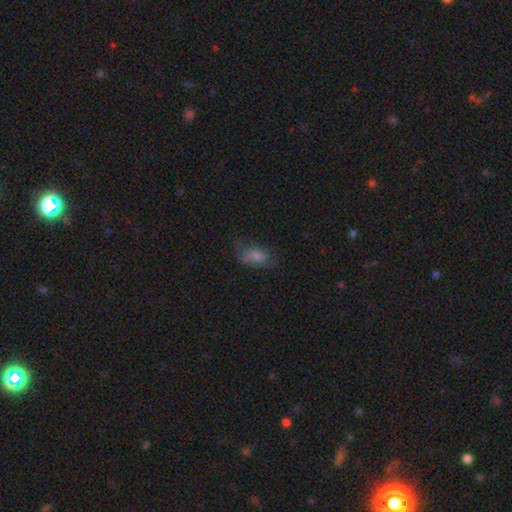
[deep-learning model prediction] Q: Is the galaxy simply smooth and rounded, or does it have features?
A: smooth — 65%.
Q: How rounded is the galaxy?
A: in between — 84%.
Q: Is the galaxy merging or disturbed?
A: none — 54%.